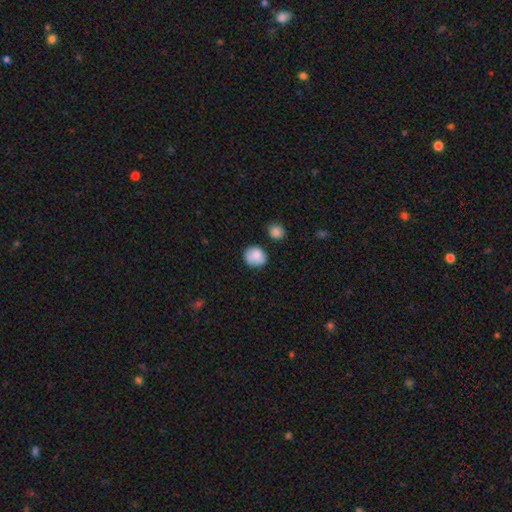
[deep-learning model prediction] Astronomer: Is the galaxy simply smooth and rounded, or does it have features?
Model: smooth — 85%.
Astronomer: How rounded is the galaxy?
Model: round — 72%.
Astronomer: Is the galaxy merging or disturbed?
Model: none — 71%.